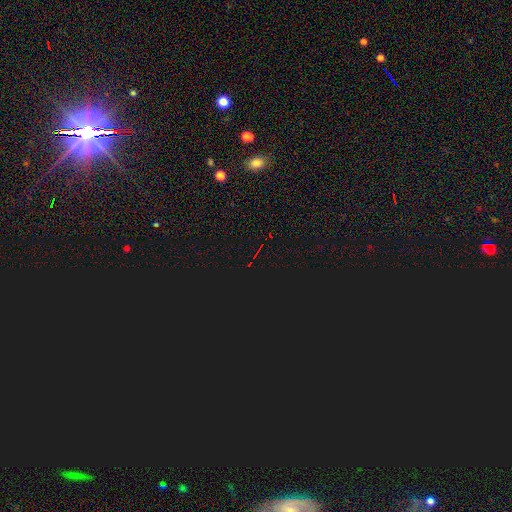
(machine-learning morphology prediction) Smooth or featured: star or artifact — 82% (smooth — 10%)